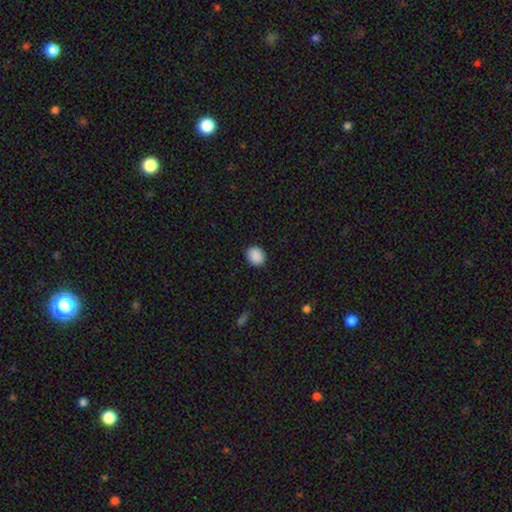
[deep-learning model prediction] This appears to be a smooth galaxy with no disk features (90%) that is round (59%). Merging: none (89%).